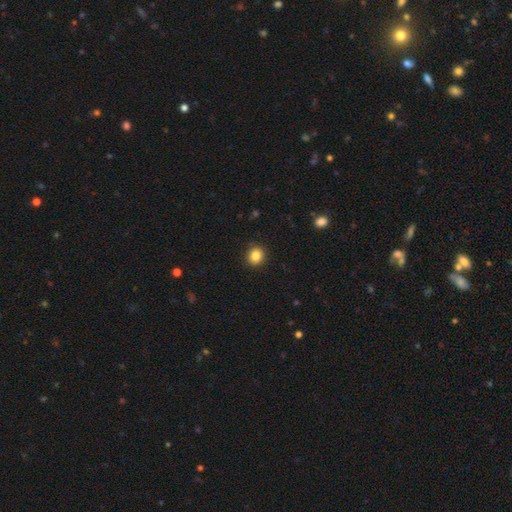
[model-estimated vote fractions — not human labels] Q: Smooth or featured?
A: smooth (85%); runner-up: star or artifact (11%)
Q: How rounded?
A: round (81%); runner-up: in between (18%)
Q: Merging?
A: none (90%); runner-up: minor disturbance (7%)